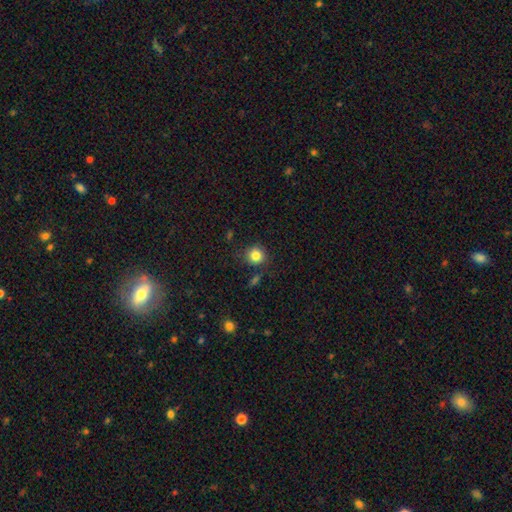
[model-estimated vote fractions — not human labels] A smooth galaxy with no disk features (83%) that is round (90%).

Vote fractions:
- Smooth or featured? smooth: 83% / star or artifact: 11% / featured or disk: 6%
- How rounded? round: 90% / in between: 9% / cigar-shaped: 1%
- Merging? none: 82% / minor disturbance: 11% / merger: 4% / major disturbance: 3%